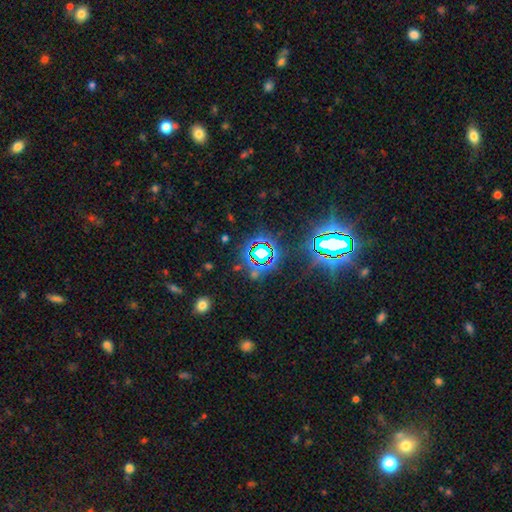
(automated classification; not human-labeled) The model was most divided on "smooth or featured": star or artifact: 75%, smooth: 14%, featured or disk: 10%.